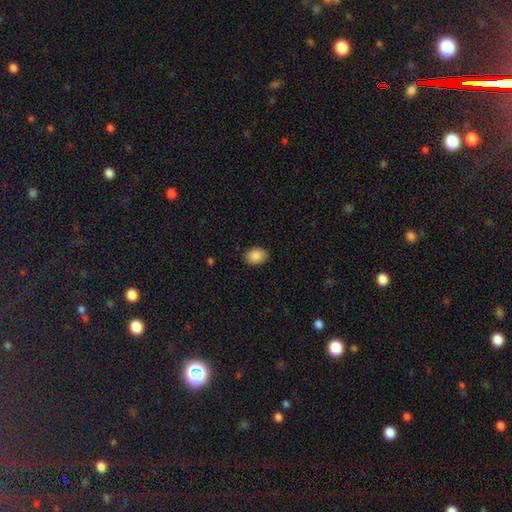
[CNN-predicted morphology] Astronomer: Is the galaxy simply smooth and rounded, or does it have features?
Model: smooth — 88%.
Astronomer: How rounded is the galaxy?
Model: in between — 75%.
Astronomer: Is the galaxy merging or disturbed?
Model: none — 88%.